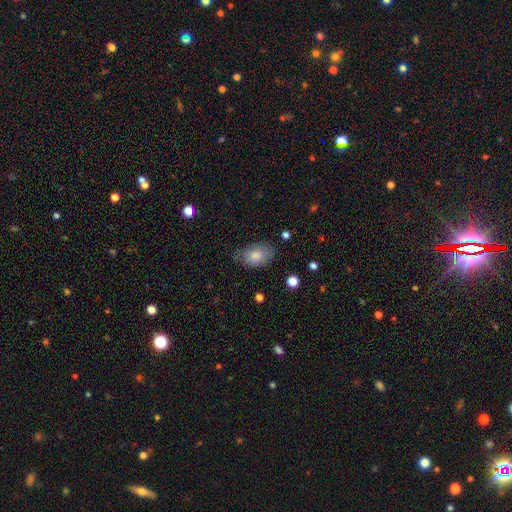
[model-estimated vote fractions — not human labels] A smooth galaxy with no disk features (82%) that is in between round and cigar-shaped (87%). Merging: none (68%).